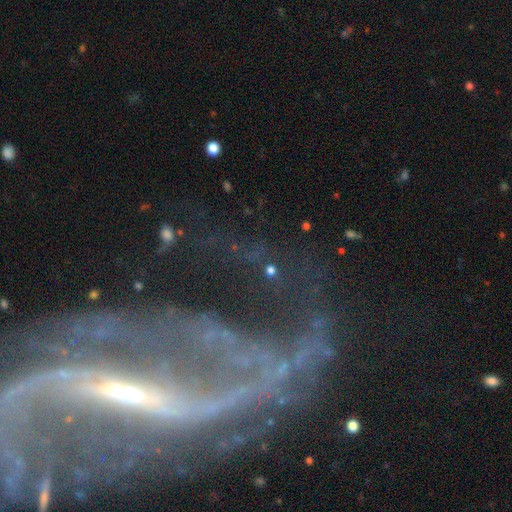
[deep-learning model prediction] Smooth or featured: featured or disk — 75% (star or artifact — 15%)
Edge-on disk: no — 90% (yes — 10%)
Bar: strong — 45% (weak — 29%)
Spiral arms: yes — 71% (no — 29%)
Bulge size: small — 54% (moderate — 26%)
Merging: none — 39% (tied with major disturbance — 39%)